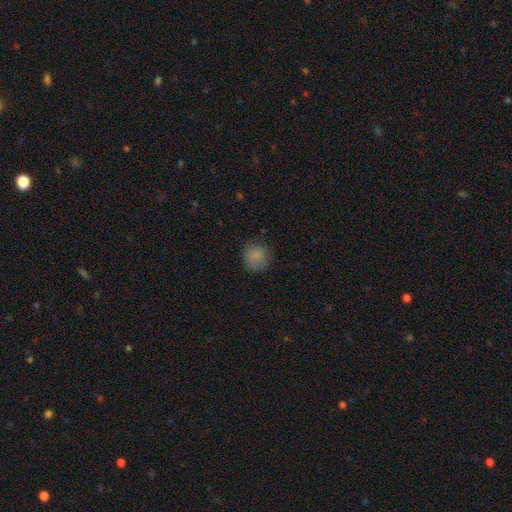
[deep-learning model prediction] Smooth or featured? Predicted: smooth (p=0.83). How rounded? Predicted: round (p=0.88). Merging? Predicted: none (p=0.81).